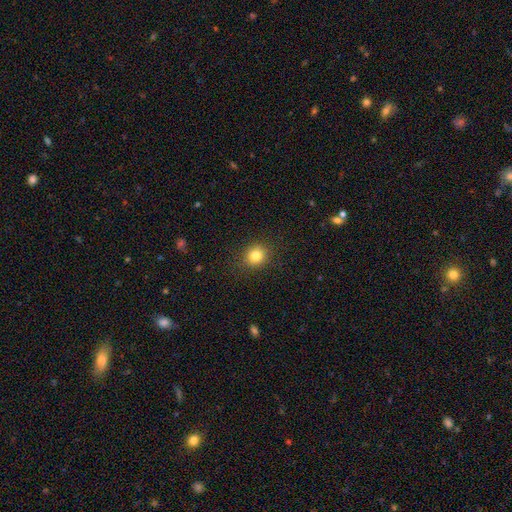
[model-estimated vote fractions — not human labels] smooth-or-featured: smooth: 82% | star or artifact: 12% | featured or disk: 6%
  how-rounded: round: 79% | in between: 20% | cigar-shaped: 1%
  merging: none: 88% | minor disturbance: 8% | major disturbance: 3% | merger: 1%